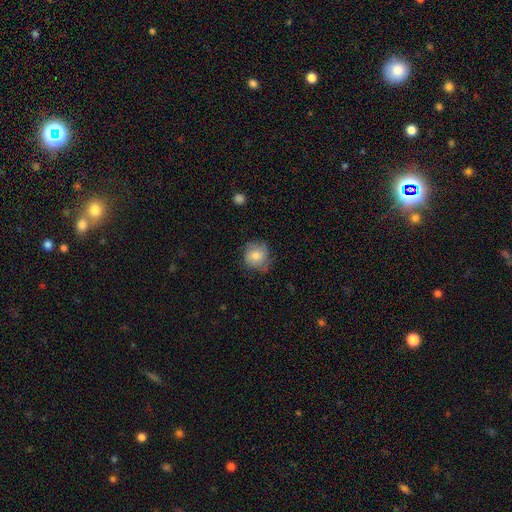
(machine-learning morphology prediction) Smooth or featured? smooth (75%)
How rounded? round (86%)
Merging? none (67%)